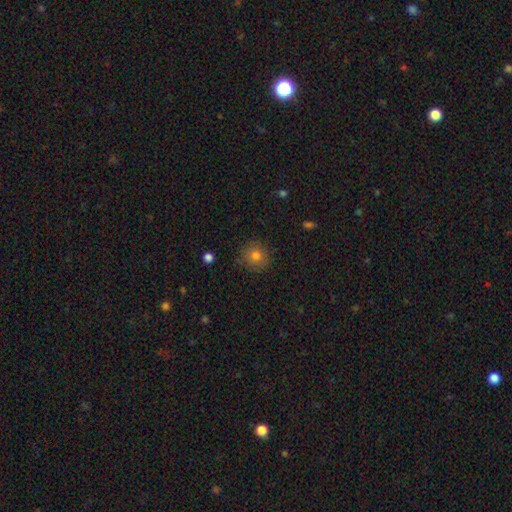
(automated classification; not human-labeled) Q: Smooth or featured?
A: smooth (78%); runner-up: star or artifact (12%)
Q: How rounded?
A: round (90%); runner-up: in between (9%)
Q: Merging?
A: none (85%); runner-up: minor disturbance (11%)